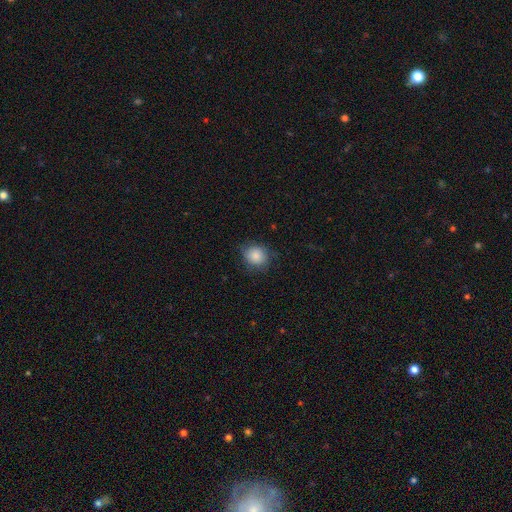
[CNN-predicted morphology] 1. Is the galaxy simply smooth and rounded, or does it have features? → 86% smooth, 8% star or artifact, 6% featured or disk.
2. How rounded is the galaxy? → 73% round, 26% in between, 1% cigar-shaped.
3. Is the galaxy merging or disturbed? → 76% none, 19% minor disturbance, 4% major disturbance, 1% merger.